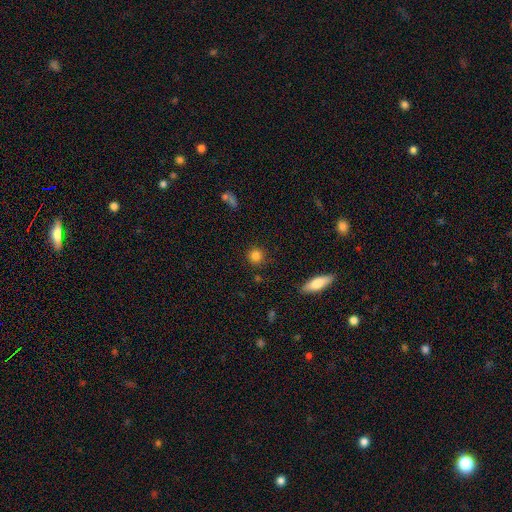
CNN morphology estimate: smooth_or_featured: smooth (p=0.84) [alt: star or artifact p=0.11]
how_rounded: round (p=0.92) [alt: in between p=0.07]
merging: none (p=0.89) [alt: minor disturbance p=0.07]